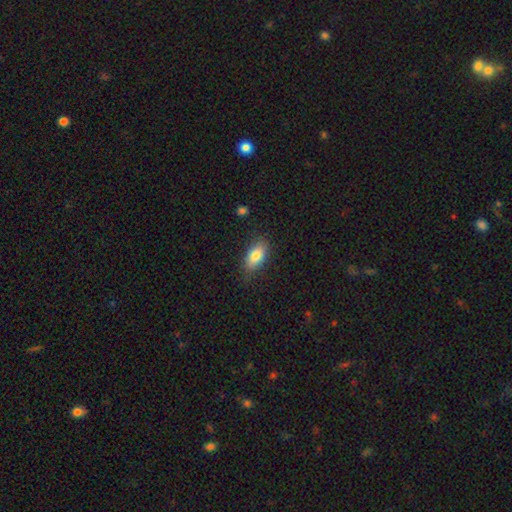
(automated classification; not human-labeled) This is clearly a smooth galaxy (82%). How rounded: clearly in between (89%). Merging: likely none (80%).